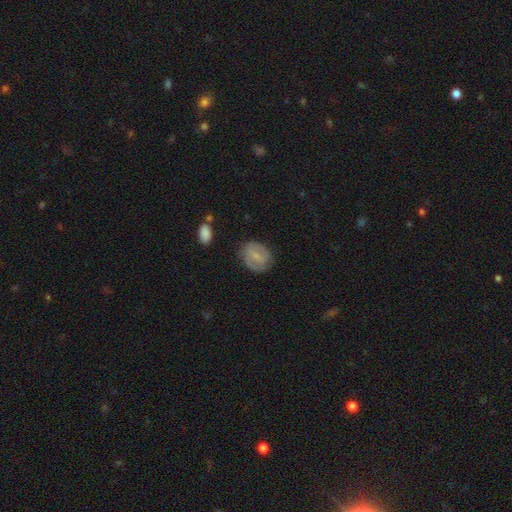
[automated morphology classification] Smooth or featured? Predicted: featured or disk (p=0.48). Merging? Predicted: none (p=0.77).